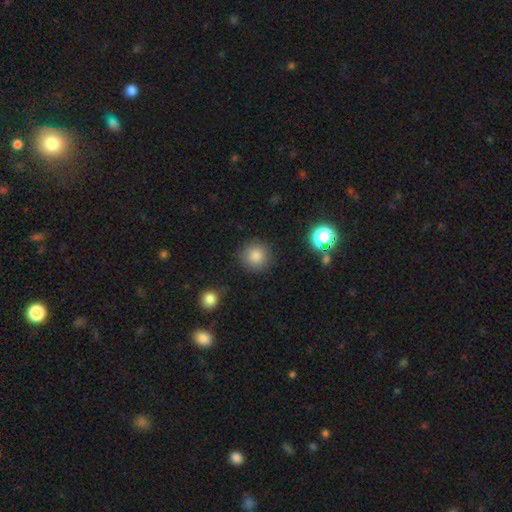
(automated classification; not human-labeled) A smooth galaxy with no disk features (84%) that is round (94%).

Vote fractions:
- Smooth or featured? smooth: 84% / star or artifact: 11% / featured or disk: 5%
- How rounded? round: 94% / in between: 5% / cigar-shaped: 1%
- Merging? none: 88% / minor disturbance: 7% / major disturbance: 3% / merger: 2%